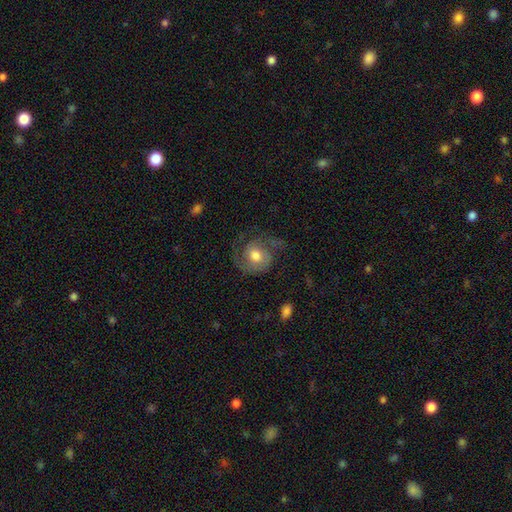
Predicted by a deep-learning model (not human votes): A featured or disk galaxy (68%) with no bar (75%), 2 (70%) medium (44%) spiral arms (91%) and a moderate central bulge (69%).

Vote fractions:
- Smooth or featured? featured or disk: 68% / smooth: 25% / star or artifact: 7%
- Edge-on disk? no: 98% / yes: 2%
- Bar? no: 75% / weak: 22% / strong: 4%
- Spiral arms? yes: 91% / no: 9%
- Spiral winding? medium: 44% / tight: 30% / loose: 26%
- Spiral arm count? 2: 70% / 1: 16% / can't tell: 7% / 3: 3% / 4: 2% / more than 4: 2%
- Bulge size? moderate: 69% / large: 19% / small: 8% / dominant: 2% / none: 1%
- Merging? none: 59% / minor disturbance: 20% / major disturbance: 19% / merger: 2%